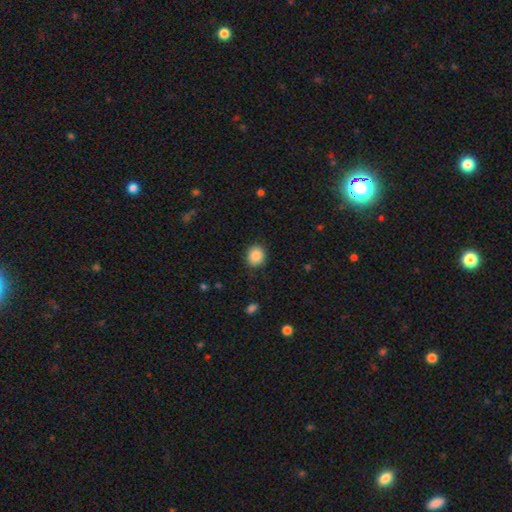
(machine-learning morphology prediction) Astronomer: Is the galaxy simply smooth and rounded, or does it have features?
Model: smooth — 88%.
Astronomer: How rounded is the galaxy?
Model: round — 72%.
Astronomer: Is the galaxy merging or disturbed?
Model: none — 87%.